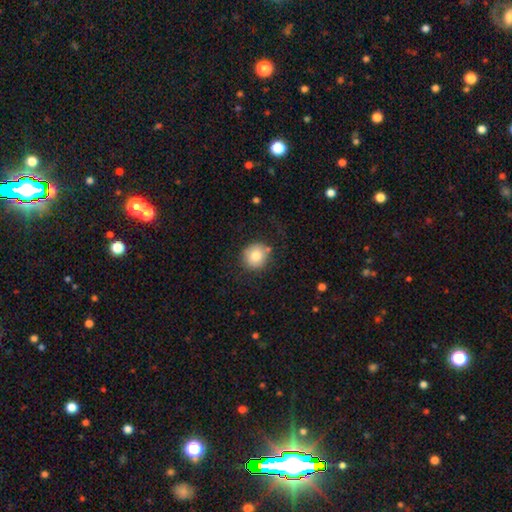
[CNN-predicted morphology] Smooth or featured?
  - smooth: 80% *
  - featured or disk: 11%
  - star or artifact: 9%
How rounded?
  - round: 89% *
  - in between: 10%
  - cigar-shaped: 1%
Merging?
  - none: 78% *
  - minor disturbance: 14%
  - major disturbance: 5%
  - merger: 3%